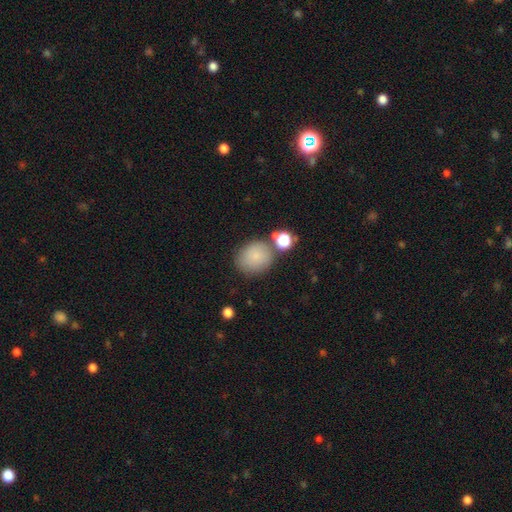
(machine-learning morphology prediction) Smooth or featured: smooth — 81% (star or artifact — 11%)
How rounded: round — 68% (in between — 31%)
Merging: none — 69% (minor disturbance — 14%)